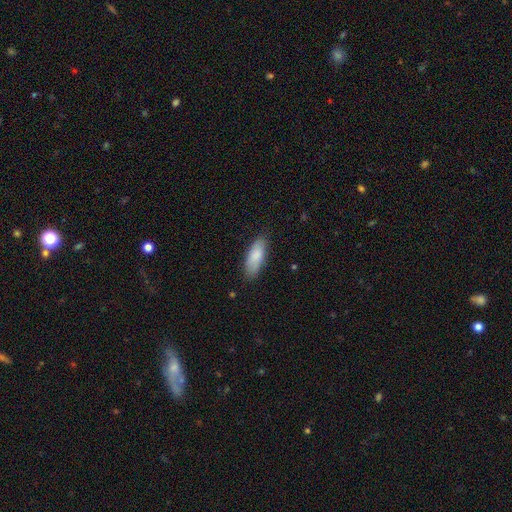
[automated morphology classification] smooth_or_featured: smooth (p=0.85) [alt: featured or disk p=0.10]
how_rounded: in between (p=0.75) [alt: cigar-shaped p=0.23]
merging: none (p=0.81) [alt: minor disturbance p=0.15]